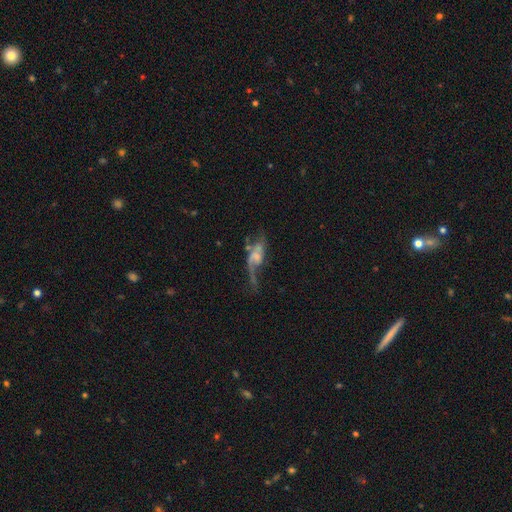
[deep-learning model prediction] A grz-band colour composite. It shows a featured or disk galaxy (73%) with no bar (57%), 2 (57%) loose (71%) spiral arms (80%) and a small central bulge (42%). Merging: major disturbance (42%).